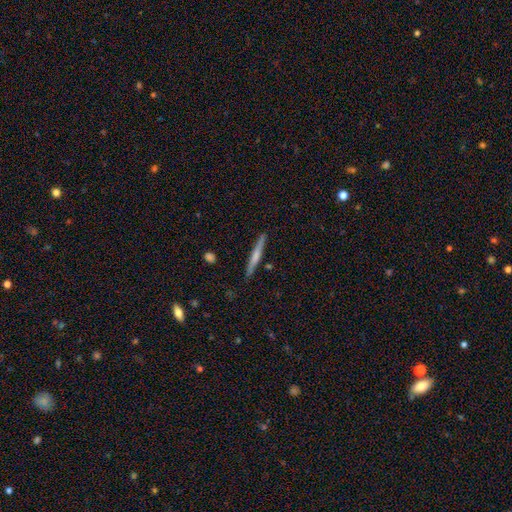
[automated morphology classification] Smooth or featured: smooth — 52% (featured or disk — 42%)
How rounded: cigar-shaped — 96% (in between — 3%)
Merging: none — 89% (minor disturbance — 8%)